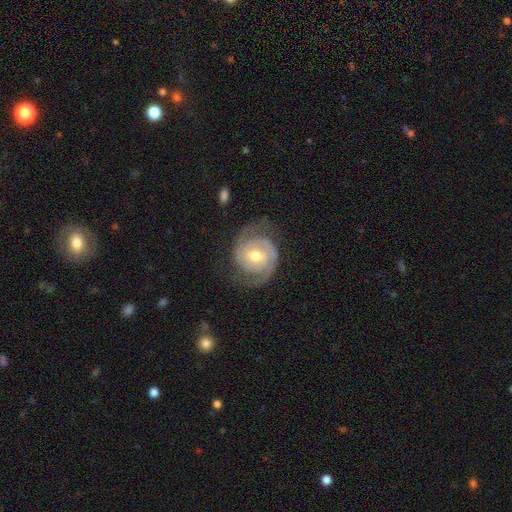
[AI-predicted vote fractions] This appears to be a featured or disk galaxy (88%) with no bar (50%), 2 (91%) tight (53%) spiral arms (97%) and a moderate central bulge (72%). Merging: none (78%).